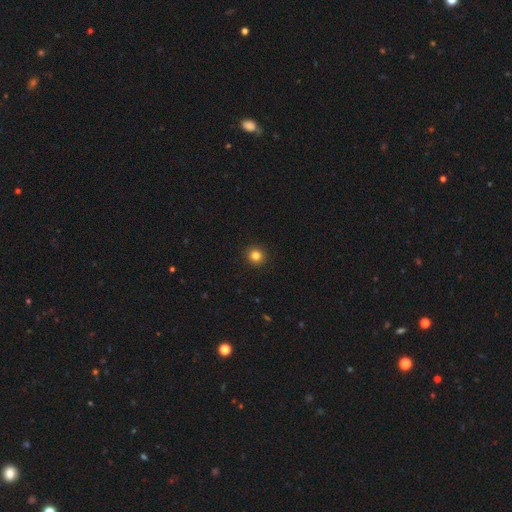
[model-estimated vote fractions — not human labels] A smooth galaxy with no disk features (82%) that is round (93%). Merging: none (93%).